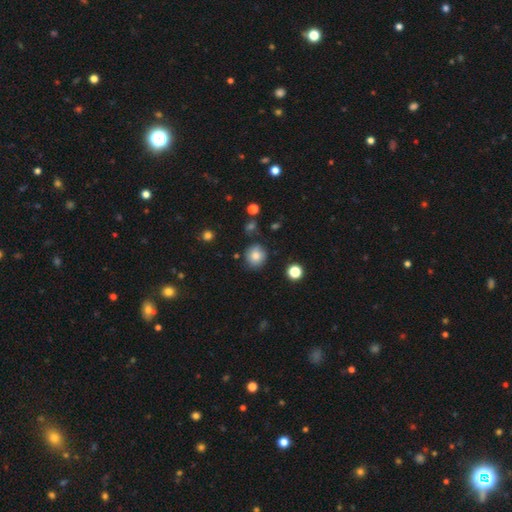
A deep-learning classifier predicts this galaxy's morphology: smooth 80%, star or artifact 11%, featured or disk 9%. Down the decision tree: how rounded — round (89%); merging — none (81%).